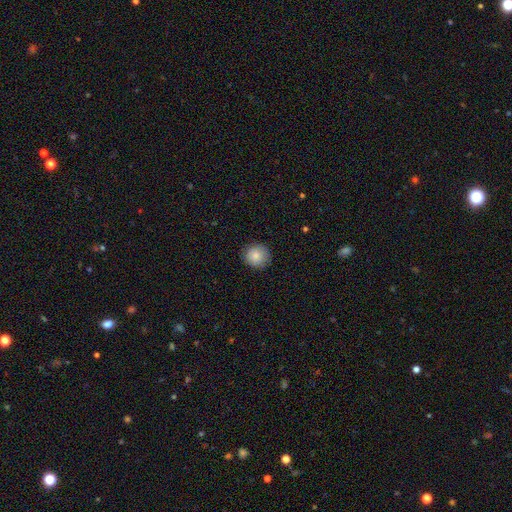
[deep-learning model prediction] This is clearly a smooth galaxy (85%). How rounded: clearly round (92%). Merging: clearly none (88%).